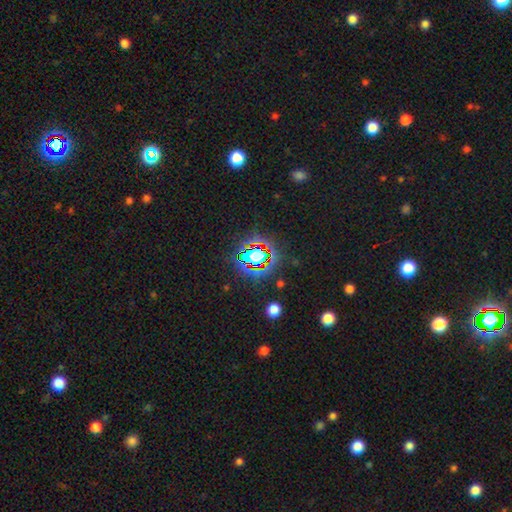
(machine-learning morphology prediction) type=star or artifact (66%).